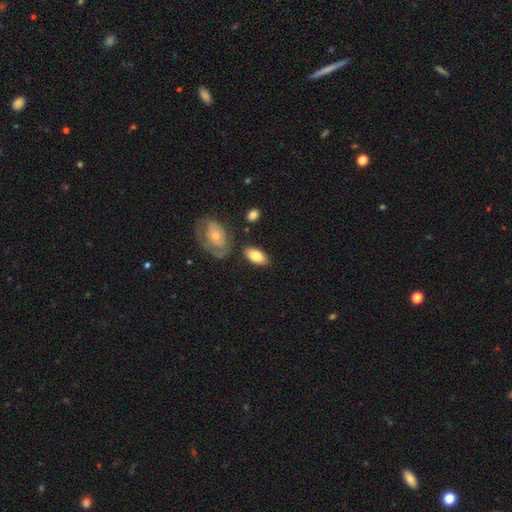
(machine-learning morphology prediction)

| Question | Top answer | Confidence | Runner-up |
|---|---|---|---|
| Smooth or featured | smooth | 77% | featured or disk (17%) |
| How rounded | in between | 92% | cigar-shaped (5%) |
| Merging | none | 76% | minor disturbance (14%) |